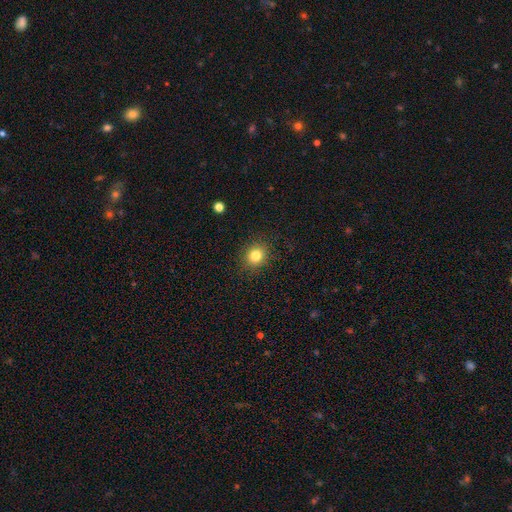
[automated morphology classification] This appears to be a smooth galaxy with no disk features (82%) that is round (83%). Merging: none (89%).